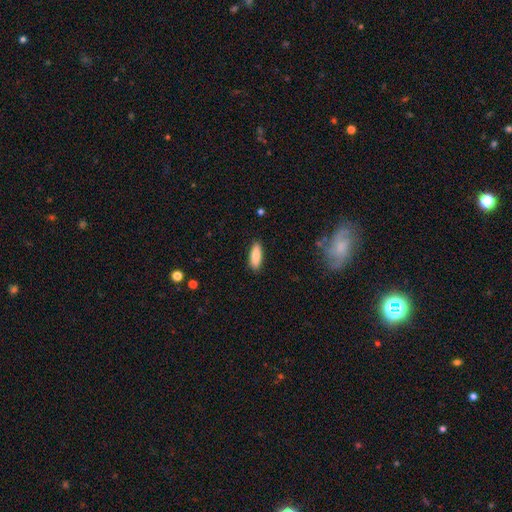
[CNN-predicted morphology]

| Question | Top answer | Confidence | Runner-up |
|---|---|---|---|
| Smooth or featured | smooth | 84% | featured or disk (10%) |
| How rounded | in between | 64% | cigar-shaped (34%) |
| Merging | none | 89% | minor disturbance (8%) |